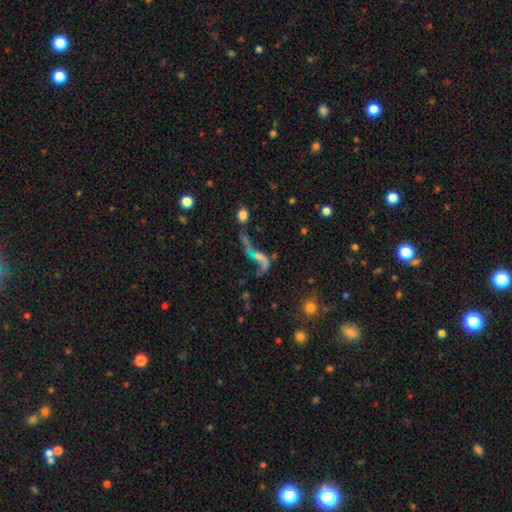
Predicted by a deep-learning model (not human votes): Morphology: type=featured or disk (55%); edge-on=no (89%); merging=merger (36%).